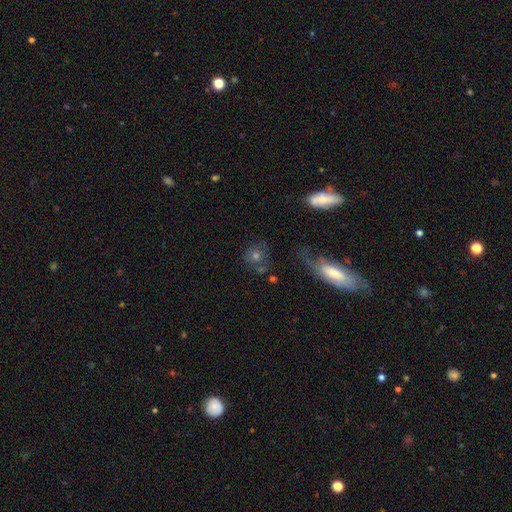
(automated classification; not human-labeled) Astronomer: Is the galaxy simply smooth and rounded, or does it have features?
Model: smooth — 52% (runner-up: featured or disk, 29%).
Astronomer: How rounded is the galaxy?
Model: round — 77%.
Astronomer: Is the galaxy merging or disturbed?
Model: none — 65%.